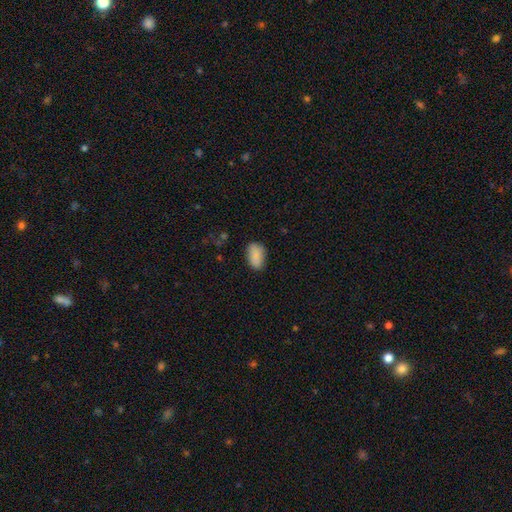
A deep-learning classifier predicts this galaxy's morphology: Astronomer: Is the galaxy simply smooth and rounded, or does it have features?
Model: smooth — 87%.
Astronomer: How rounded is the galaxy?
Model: in between — 92%.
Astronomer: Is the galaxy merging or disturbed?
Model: none — 79%.